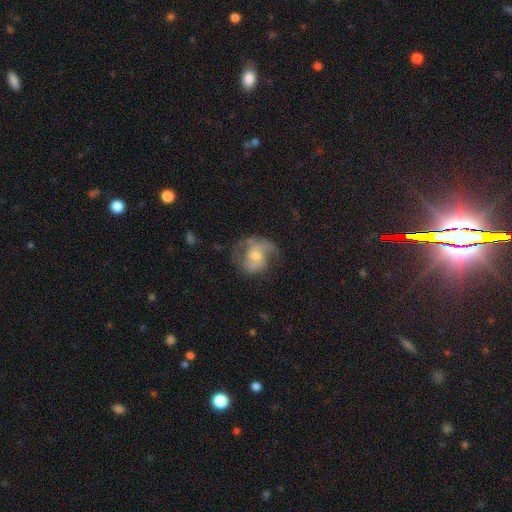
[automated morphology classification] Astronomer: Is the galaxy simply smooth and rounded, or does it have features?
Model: featured or disk — 74%.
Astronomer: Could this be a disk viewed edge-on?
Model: no — 98%.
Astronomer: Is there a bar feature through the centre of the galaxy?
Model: no — 61%.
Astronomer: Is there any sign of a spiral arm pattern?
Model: yes — 90%.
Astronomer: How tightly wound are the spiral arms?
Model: medium — 47% (runner-up: loose, 30%).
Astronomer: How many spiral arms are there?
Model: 2 — 65%.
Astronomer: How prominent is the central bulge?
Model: moderate — 47% (runner-up: small, 45%).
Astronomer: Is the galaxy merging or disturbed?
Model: none — 53%.